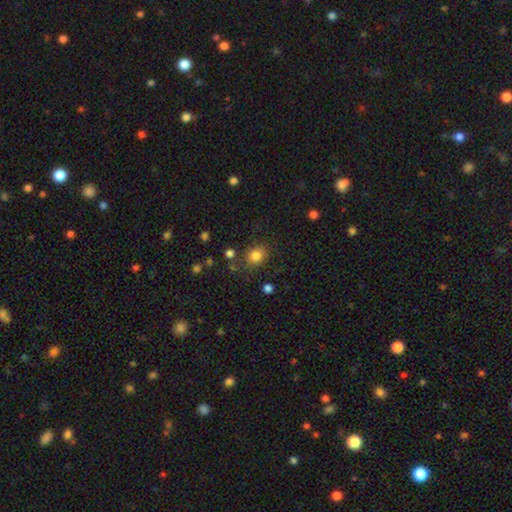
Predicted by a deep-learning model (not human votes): smooth-or-featured: smooth: 83% | star or artifact: 12% | featured or disk: 6%
  how-rounded: round: 69% | in between: 30% | cigar-shaped: 1%
  merging: none: 76% | minor disturbance: 14% | major disturbance: 5% | merger: 5%